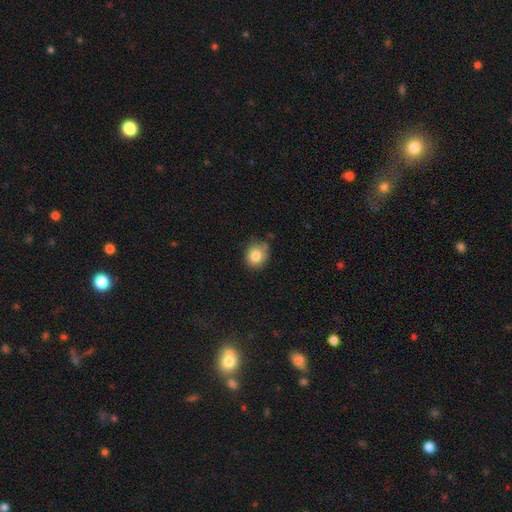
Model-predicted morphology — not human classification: smooth_or_featured: smooth (p=0.82) [alt: star or artifact p=0.09]
how_rounded: round (p=0.75) [alt: in between p=0.24]
merging: none (p=0.71) [alt: minor disturbance p=0.21]